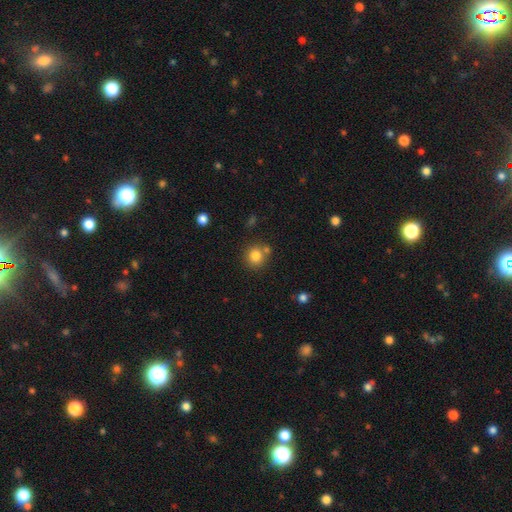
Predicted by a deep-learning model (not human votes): smooth-or-featured: smooth: 82% | star or artifact: 11% | featured or disk: 7%
  how-rounded: round: 89% | in between: 10% | cigar-shaped: 1%
  merging: none: 72% | merger: 14% | minor disturbance: 10% | major disturbance: 3%